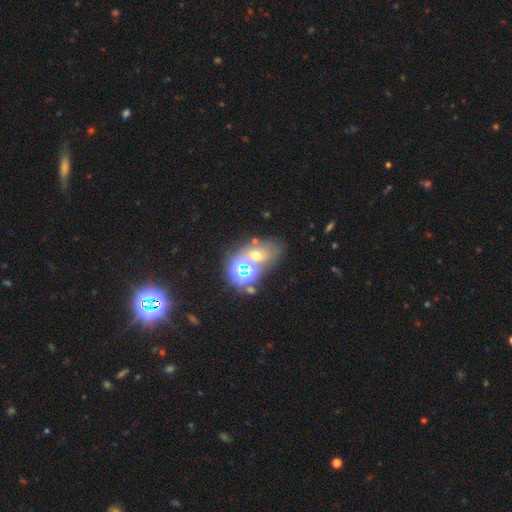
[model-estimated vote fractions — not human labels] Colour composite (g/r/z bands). It shows a smooth galaxy with no disk features (44%). Merging: none (51%).